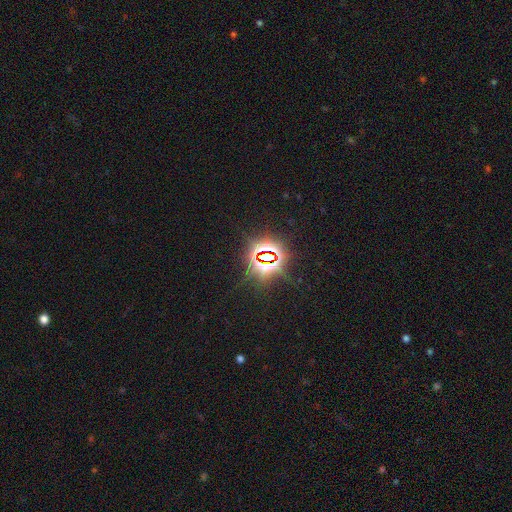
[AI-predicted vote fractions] This appears to be a star or artifact, not a galaxy (81%).